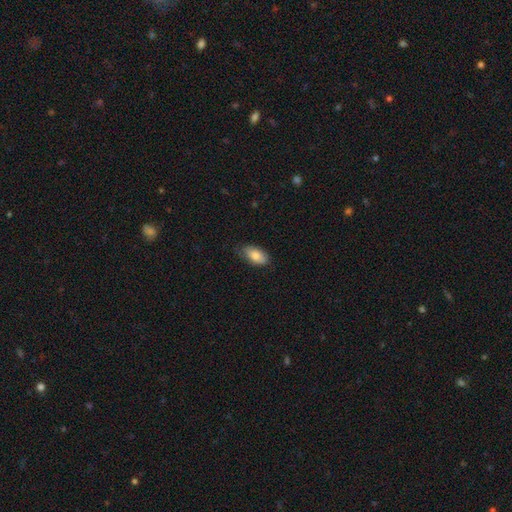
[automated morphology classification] smooth_or_featured: smooth (p=0.82) [alt: featured or disk p=0.11]
how_rounded: in between (p=0.93) [alt: cigar-shaped p=0.04]
merging: none (p=0.68) [alt: minor disturbance p=0.26]